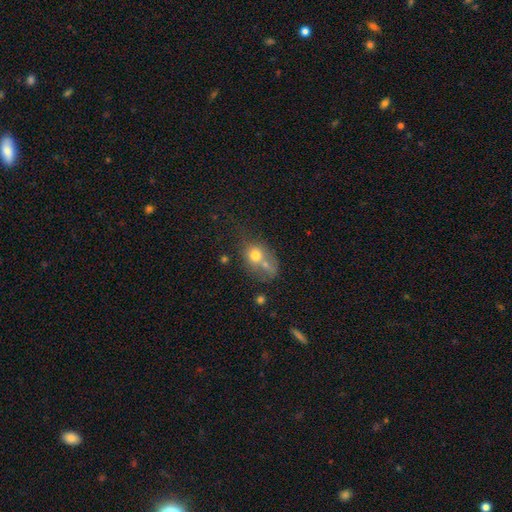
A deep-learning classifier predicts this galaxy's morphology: smooth-or-featured: smooth: 70% | featured or disk: 18% | star or artifact: 12%
  how-rounded: round: 57% | in between: 42% | cigar-shaped: 1%
  merging: merger: 51% | none: 27% | minor disturbance: 13% | major disturbance: 9%